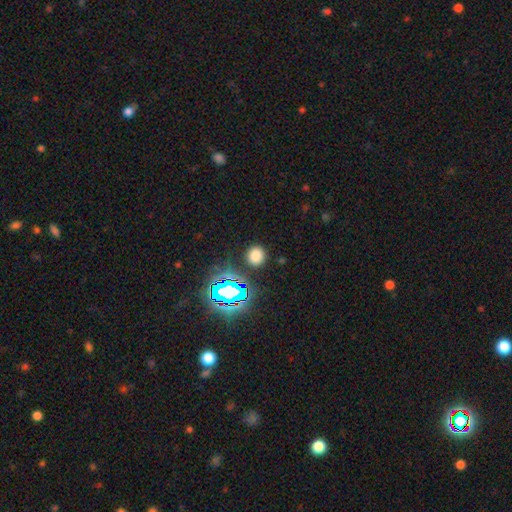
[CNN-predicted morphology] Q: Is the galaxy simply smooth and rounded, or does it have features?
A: smooth — 71%.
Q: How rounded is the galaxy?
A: round — 85%.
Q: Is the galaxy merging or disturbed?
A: none — 88%.